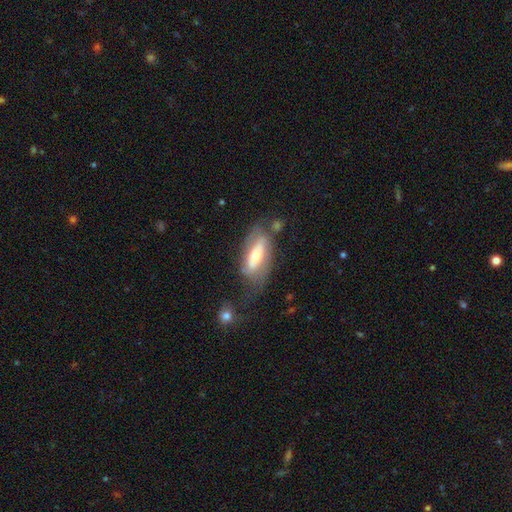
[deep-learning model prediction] Smooth or featured: featured or disk — 58% (smooth — 35%)
Edge-on disk: no — 79% (yes — 21%)
Merging: none — 49% (minor disturbance — 25%)